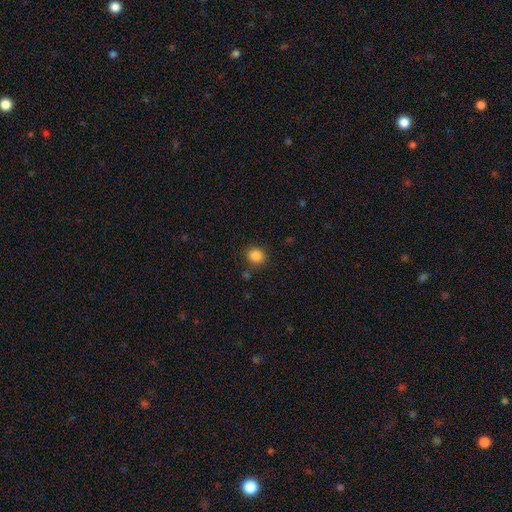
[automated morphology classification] A smooth galaxy with no disk features (85%) that is round (81%).

Vote fractions:
- Smooth or featured? smooth: 85% / star or artifact: 11% / featured or disk: 3%
- How rounded? round: 81% / in between: 18% / cigar-shaped: 1%
- Merging? none: 83% / minor disturbance: 10% / merger: 4% / major disturbance: 3%